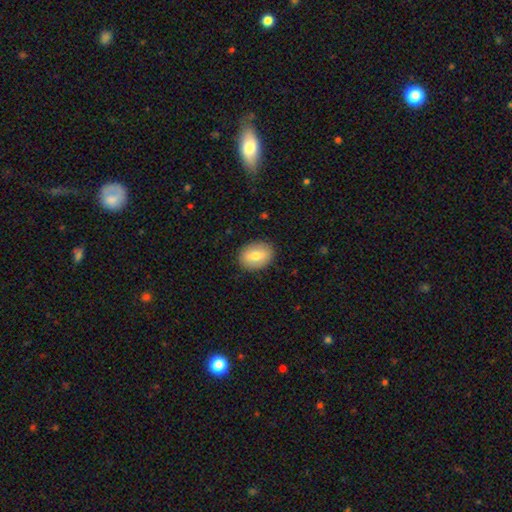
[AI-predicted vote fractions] Smooth or featured? smooth (73%)
How rounded? in between (71%)
Merging? none (88%)